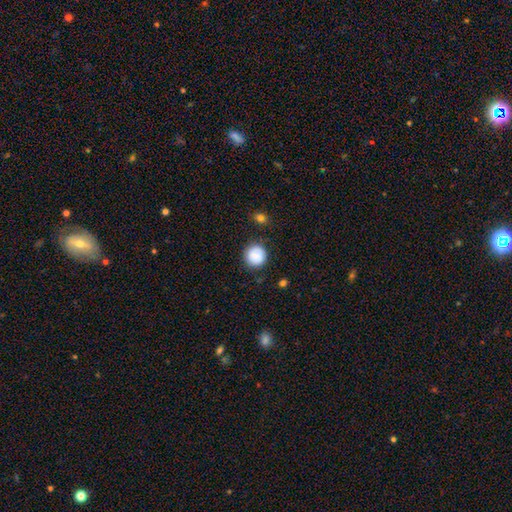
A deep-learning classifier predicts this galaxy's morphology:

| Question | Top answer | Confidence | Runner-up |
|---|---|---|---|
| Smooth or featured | smooth | 87% | star or artifact (8%) |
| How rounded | round | 94% | in between (5%) |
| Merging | none | 87% | minor disturbance (8%) |